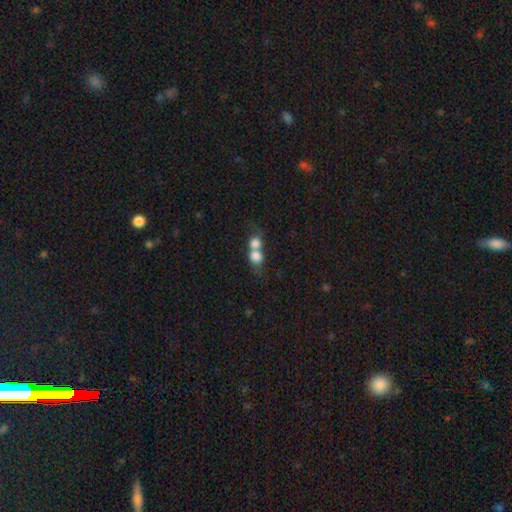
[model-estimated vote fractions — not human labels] smooth_or_featured: smooth (p=0.76) [alt: featured or disk p=0.15]
how_rounded: round (p=0.64) [alt: in between p=0.34]
merging: merger (p=0.75) [alt: none p=0.15]